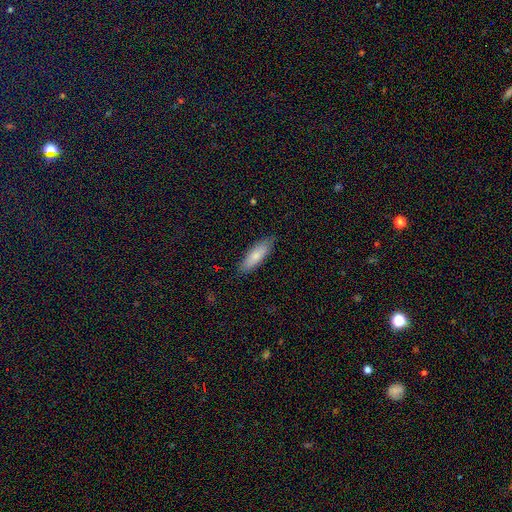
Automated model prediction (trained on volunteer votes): The model was most divided on "how rounded": cigar-shaped: 52%, in between: 47%, round: 2%. More confident: merging — none (86%); smooth or featured — smooth (79%).